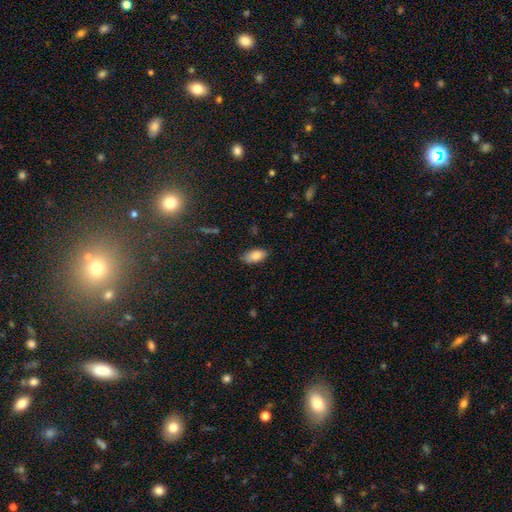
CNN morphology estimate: Smooth or featured? Predicted: smooth (p=0.84). How rounded? Predicted: in between (p=0.92). Merging? Predicted: none (p=0.81).